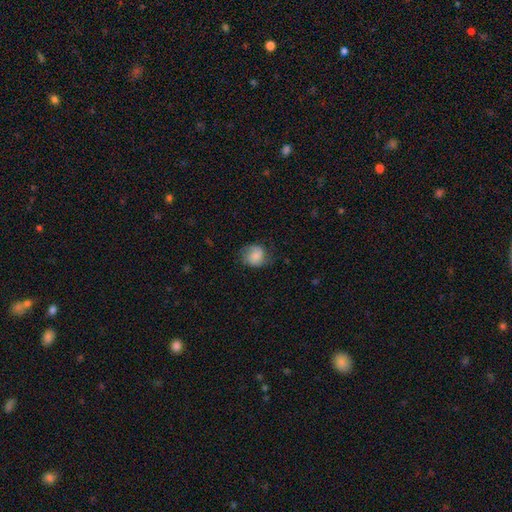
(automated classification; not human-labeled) Morphology: type=smooth (58%); roundness=round (66%); merging=none (62%).